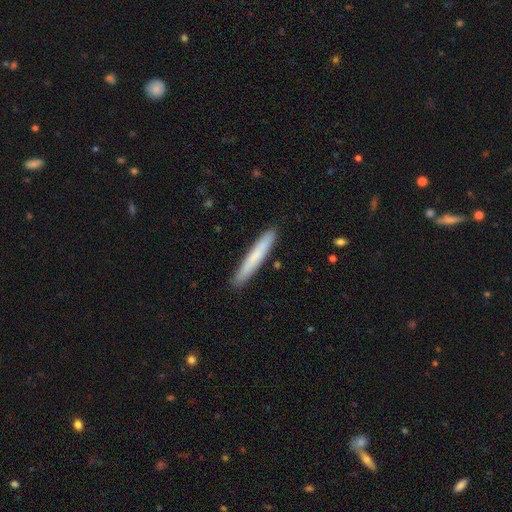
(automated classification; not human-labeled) This is likely a smooth galaxy (71%). How rounded: clearly cigar-shaped (96%). Merging: clearly none (90%).